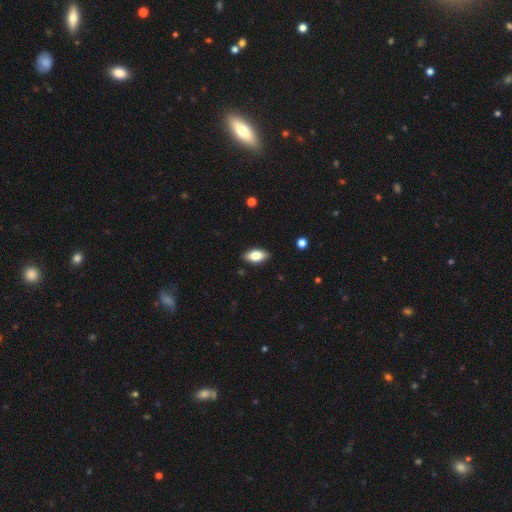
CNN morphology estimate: type=smooth (73%); roundness=in between (88%); merging=none (88%).